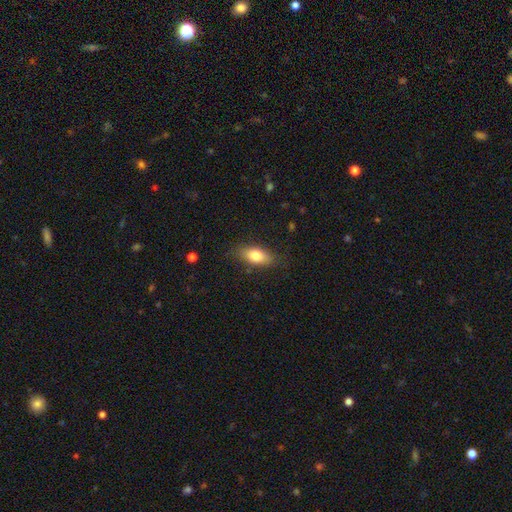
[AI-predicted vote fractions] The model was most divided on "smooth or featured": smooth: 79%, featured or disk: 14%, star or artifact: 7%. More confident: how rounded — in between (83%); merging — none (82%).